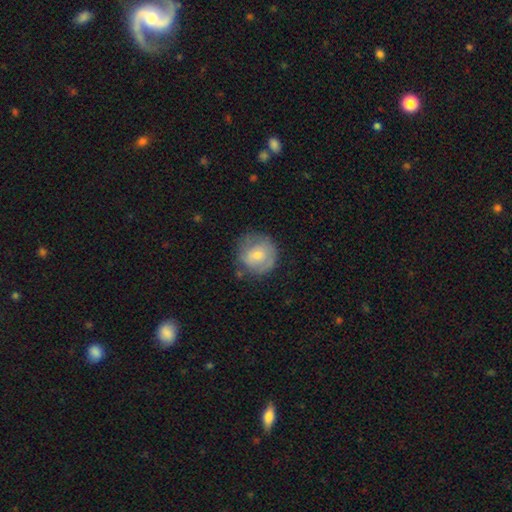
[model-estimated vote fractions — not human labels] Smooth or featured: smooth — 52% (featured or disk — 39%)
How rounded: round — 87% (in between — 12%)
Merging: none — 68% (minor disturbance — 22%)